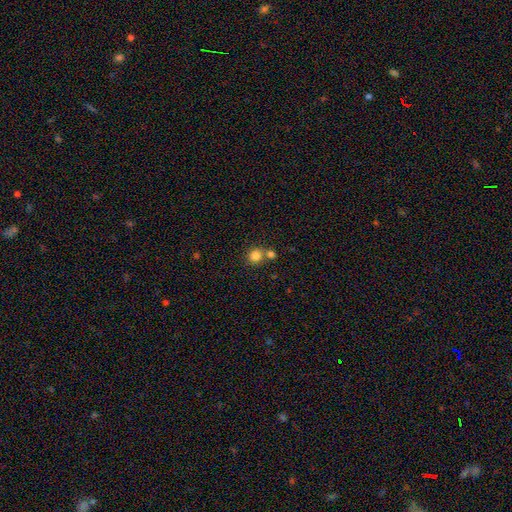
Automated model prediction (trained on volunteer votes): Smooth or featured? smooth (83%)
How rounded? round (85%)
Merging? none (58%)